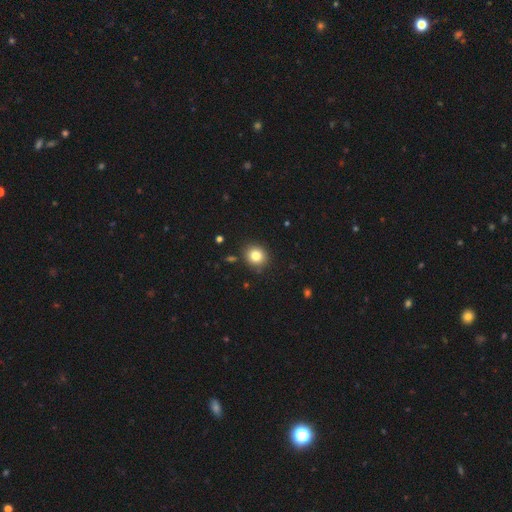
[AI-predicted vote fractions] Smooth or featured? smooth (82%)
How rounded? round (81%)
Merging? none (88%)